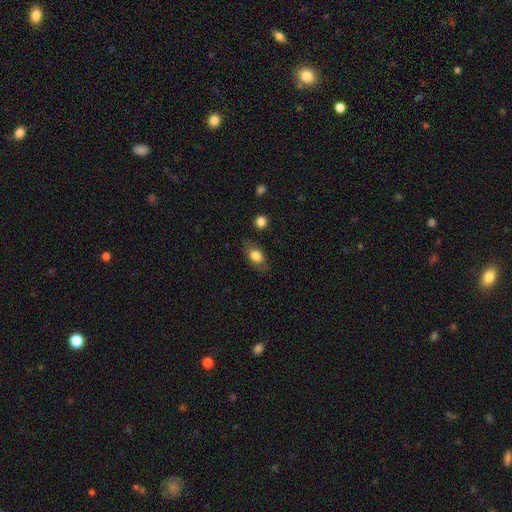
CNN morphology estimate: The model was most divided on "merging": none: 77%, minor disturbance: 16%, major disturbance: 4%, merger: 2%. More confident: smooth or featured — smooth (80%); how rounded — in between (79%).